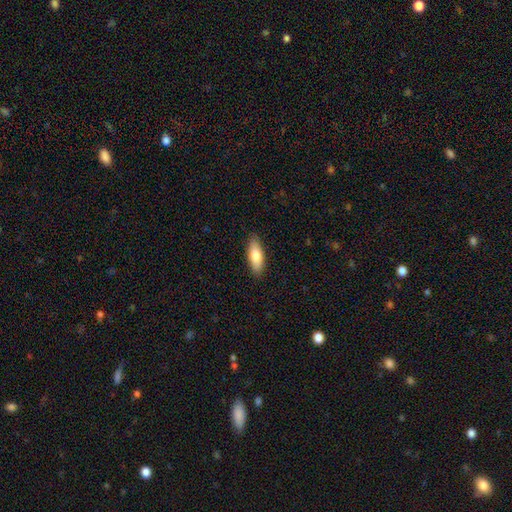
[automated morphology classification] This is likely a smooth galaxy (79%). How rounded: likely in between (68%). Merging: clearly none (88%).